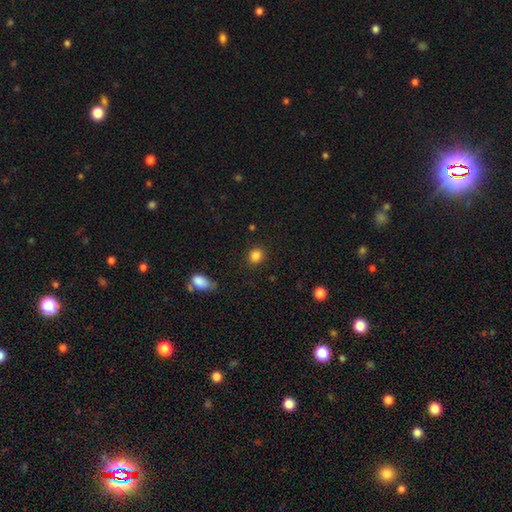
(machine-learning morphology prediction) Overall: smooth (85%). How rounded: round (72%). Merging: none (87%).